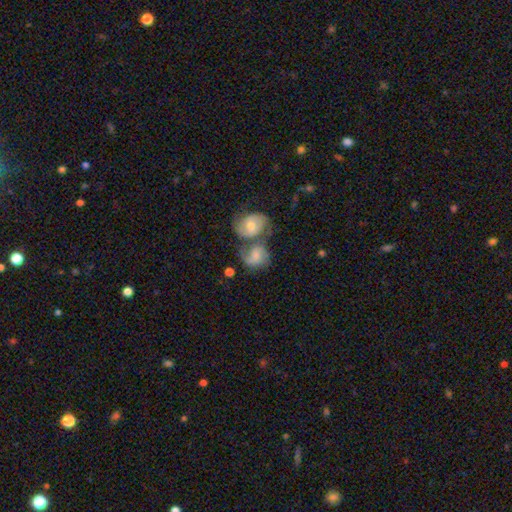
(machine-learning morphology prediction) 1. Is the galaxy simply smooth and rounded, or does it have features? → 49% featured or disk, 44% smooth, 8% star or artifact.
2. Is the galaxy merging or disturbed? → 54% merger, 24% none, 12% minor disturbance, 10% major disturbance.